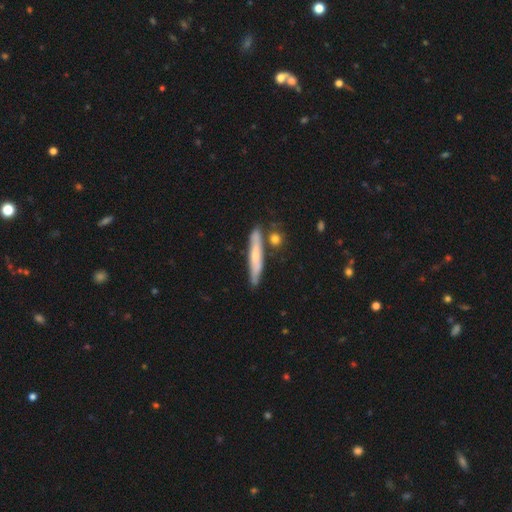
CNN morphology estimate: Overall: smooth (50%; featured or disk 44%). Merging: none (76%).